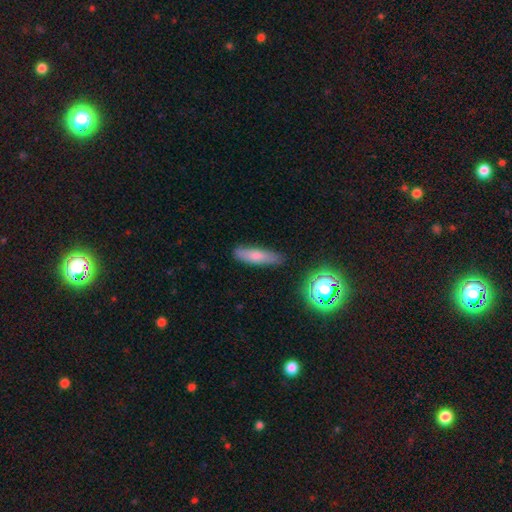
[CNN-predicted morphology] Overall: smooth (68%). How rounded: cigar-shaped (73%). Merging: none (80%).